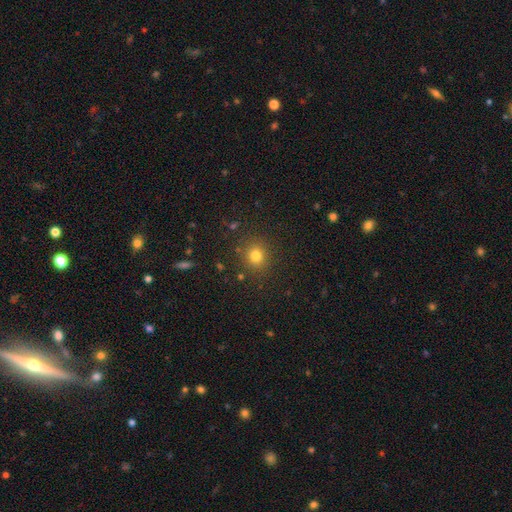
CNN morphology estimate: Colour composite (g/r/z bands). It shows a smooth galaxy with no disk features (79%) that is round (84%). Merging: none (87%).